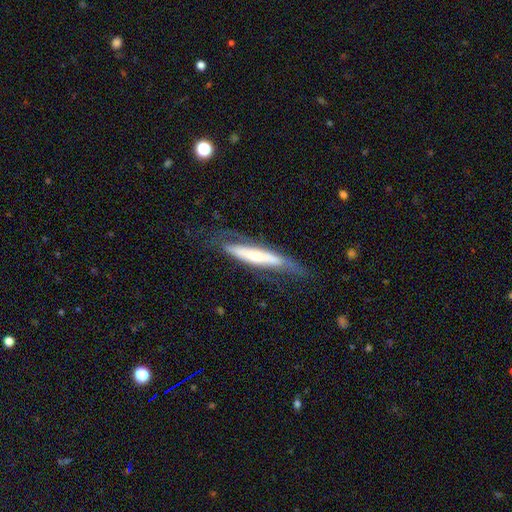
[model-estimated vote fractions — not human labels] This is likely a featured or disk galaxy (62%). It is likely viewed edge-on (75%). Merging: likely none (62%).